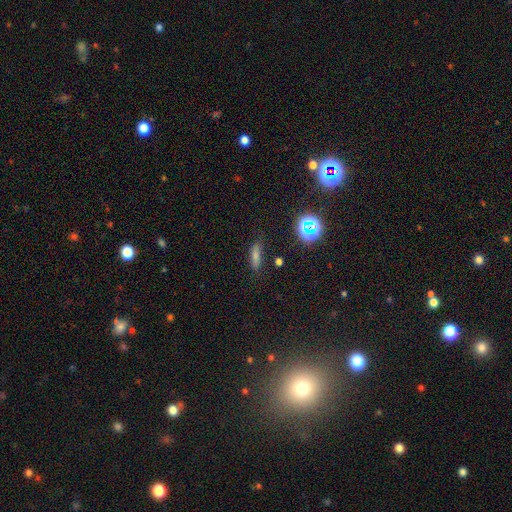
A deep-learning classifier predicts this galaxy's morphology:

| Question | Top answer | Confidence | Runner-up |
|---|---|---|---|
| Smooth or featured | smooth | 59% | star or artifact (25%) |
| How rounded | cigar-shaped | 62% | in between (31%) |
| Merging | none | 81% | minor disturbance (13%) |